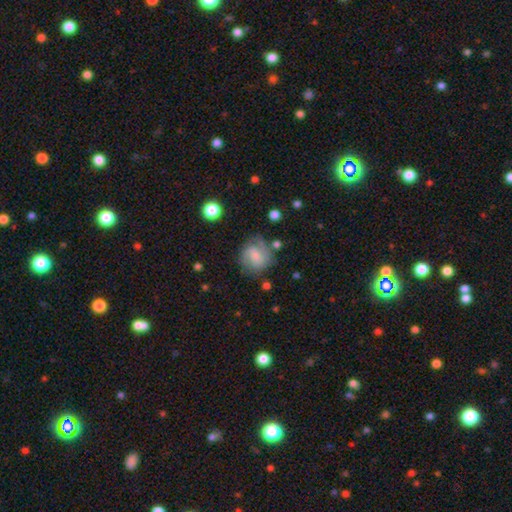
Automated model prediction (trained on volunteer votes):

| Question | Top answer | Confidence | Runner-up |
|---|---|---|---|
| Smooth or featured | featured or disk | 47% | smooth (45%) |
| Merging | none | 61% | minor disturbance (22%) |